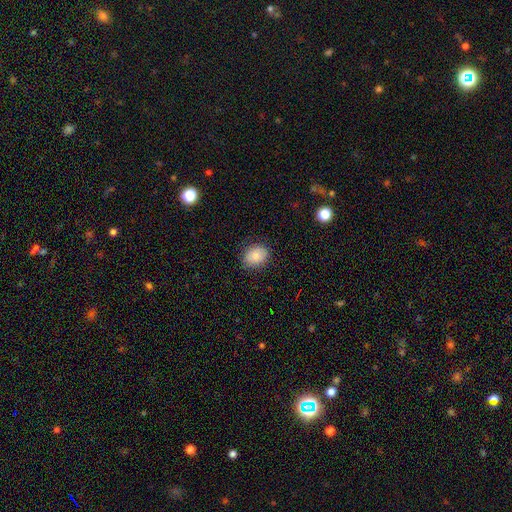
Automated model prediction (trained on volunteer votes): A smooth galaxy with no disk features (83%) that is in between round and cigar-shaped (54%). Merging: none (82%).